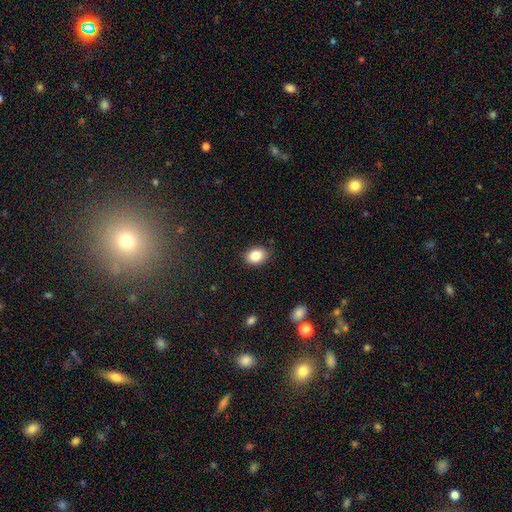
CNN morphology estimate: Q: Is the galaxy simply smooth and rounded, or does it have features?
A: smooth — 85%.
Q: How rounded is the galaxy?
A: in between — 69%.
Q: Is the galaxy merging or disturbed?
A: none — 87%.